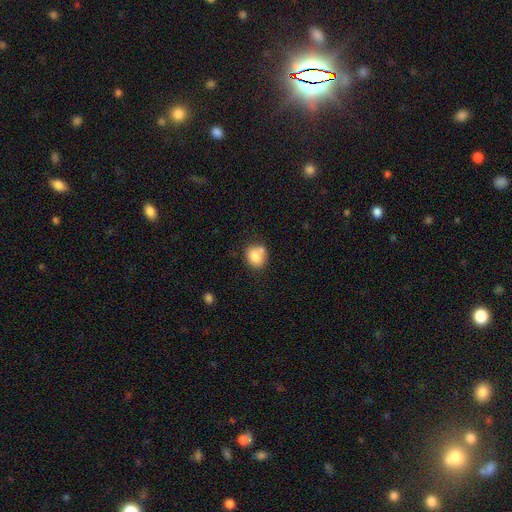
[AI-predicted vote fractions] smooth 80%, featured or disk 11%, star or artifact 9%. Down the decision tree: how rounded — round (61%); merging — none (52%).